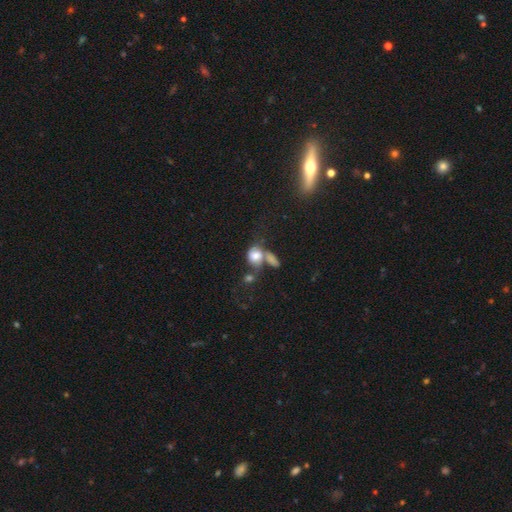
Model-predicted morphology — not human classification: A smooth galaxy with no disk features (72%) that is in between round and cigar-shaped (52%). Merging: merger (47%).